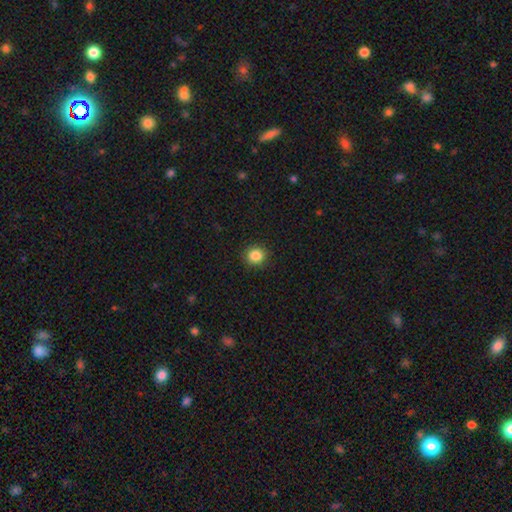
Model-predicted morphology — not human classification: Smooth or featured?
  - smooth: 85% *
  - star or artifact: 11%
  - featured or disk: 4%
How rounded?
  - round: 89% *
  - in between: 10%
  - cigar-shaped: 1%
Merging?
  - none: 91% *
  - minor disturbance: 6%
  - major disturbance: 2%
  - merger: 1%